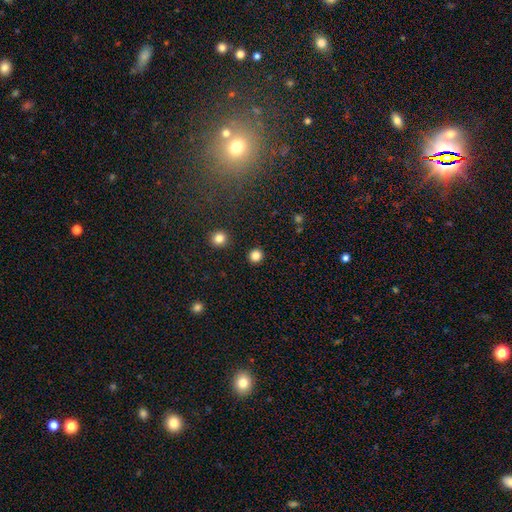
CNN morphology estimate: A smooth galaxy with no disk features (83%) that is round (93%).

Vote fractions:
- Smooth or featured? smooth: 83% / star or artifact: 13% / featured or disk: 4%
- How rounded? round: 93% / in between: 6% / cigar-shaped: 1%
- Merging? none: 92% / minor disturbance: 5% / major disturbance: 2% / merger: 2%